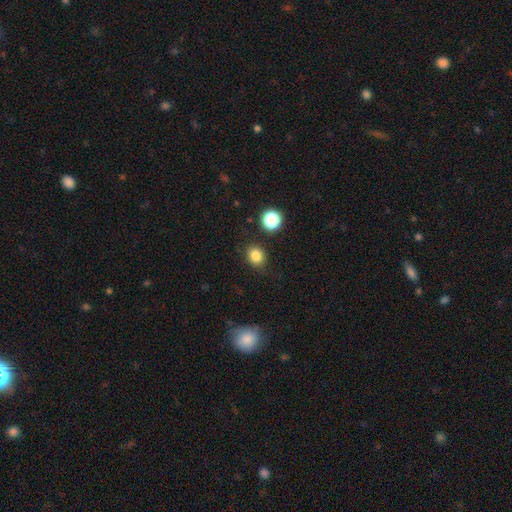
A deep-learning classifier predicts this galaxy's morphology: smooth 83%, star or artifact 12%, featured or disk 5%. Down the decision tree: how rounded — round (64%); merging — none (84%).